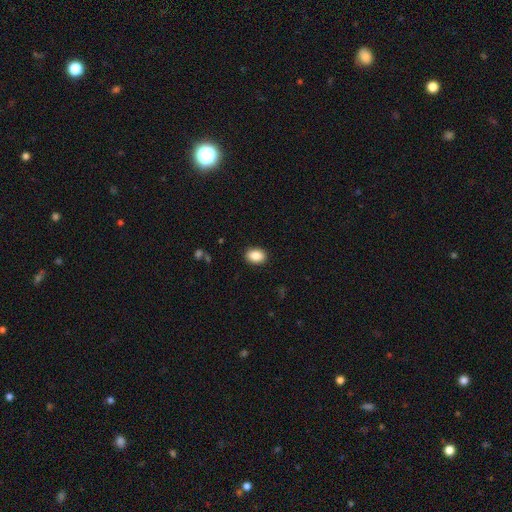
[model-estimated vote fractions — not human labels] A smooth galaxy with no disk features (87%) that is in between round and cigar-shaped (77%).

Vote fractions:
- Smooth or featured? smooth: 87% / star or artifact: 8% / featured or disk: 5%
- How rounded? in between: 77% / round: 22% / cigar-shaped: 1%
- Merging? none: 90% / minor disturbance: 7% / major disturbance: 2% / merger: 1%